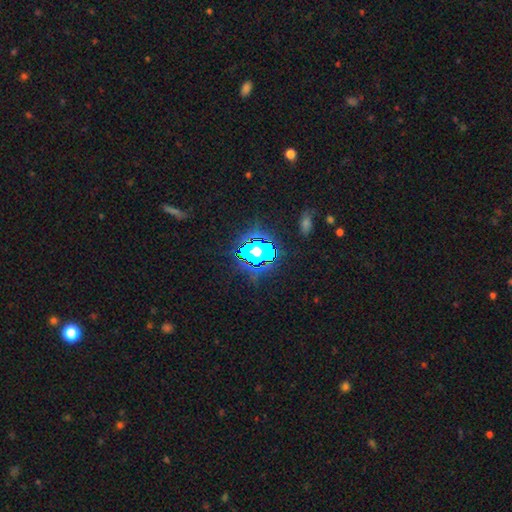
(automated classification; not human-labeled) Smooth or featured?
  - star or artifact: 80% *
  - smooth: 13%
  - featured or disk: 7%